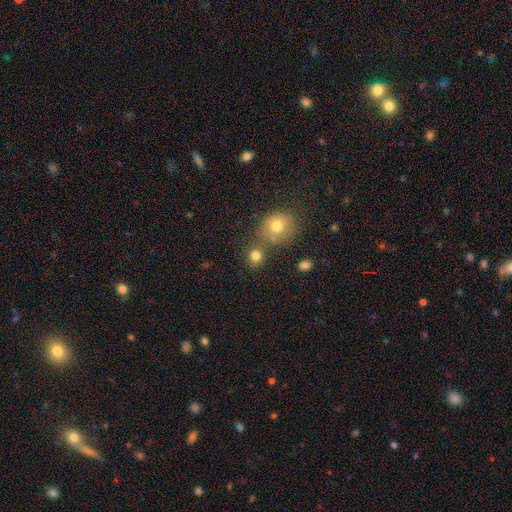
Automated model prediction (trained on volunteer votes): Smooth or featured? Predicted: smooth (p=0.79). How rounded? Predicted: round (p=0.80). Merging? Predicted: none (p=0.61).